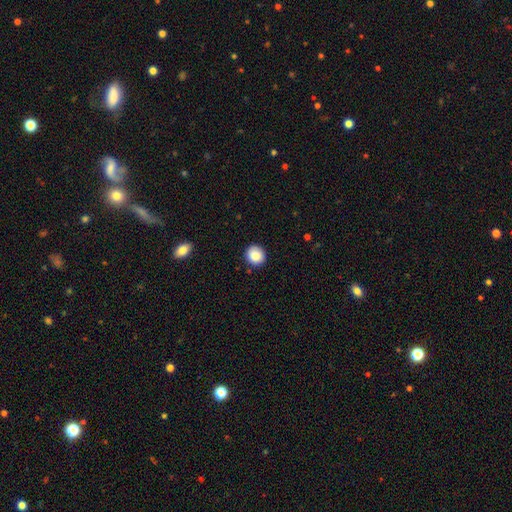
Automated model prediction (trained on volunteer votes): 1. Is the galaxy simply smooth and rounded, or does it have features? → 88% smooth, 8% star or artifact, 4% featured or disk.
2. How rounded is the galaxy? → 87% round, 12% in between, 1% cigar-shaped.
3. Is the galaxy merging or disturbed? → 88% none, 8% minor disturbance, 2% major disturbance, 1% merger.